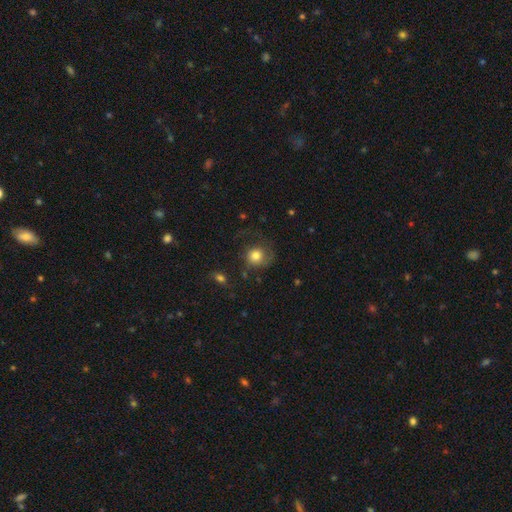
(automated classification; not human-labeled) The model was most divided on "merging": none: 51%, major disturbance: 26%, minor disturbance: 20%, merger: 3%. More confident: how rounded — round (83%); smooth or featured — smooth (70%).